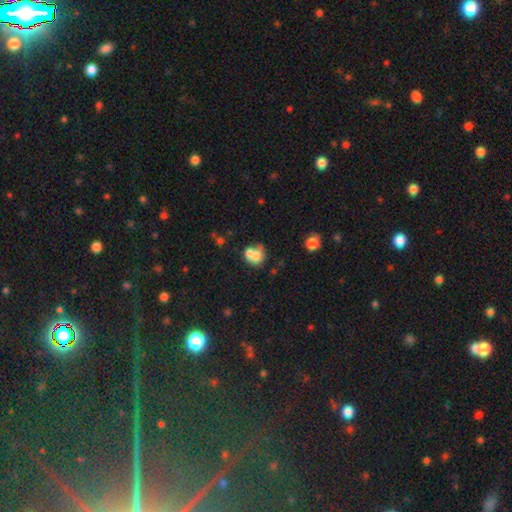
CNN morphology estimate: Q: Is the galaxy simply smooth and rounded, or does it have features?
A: smooth — 70%.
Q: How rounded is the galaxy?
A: round — 67%.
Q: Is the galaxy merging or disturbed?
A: merger — 55%.